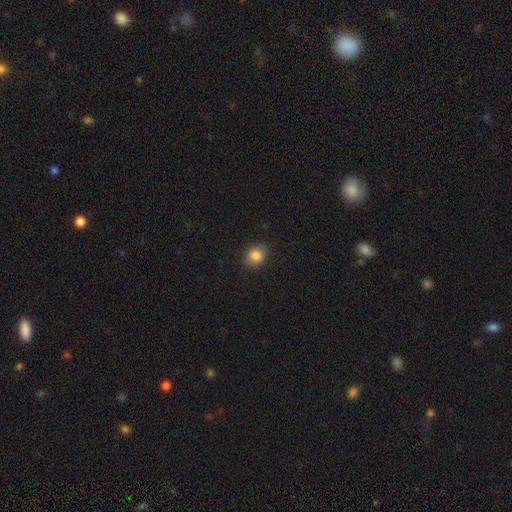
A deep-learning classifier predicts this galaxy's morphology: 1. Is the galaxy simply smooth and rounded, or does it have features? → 84% smooth, 9% star or artifact, 7% featured or disk.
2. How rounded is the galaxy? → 51% round, 48% in between, 1% cigar-shaped.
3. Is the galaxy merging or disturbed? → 86% none, 11% minor disturbance, 2% major disturbance, 1% merger.